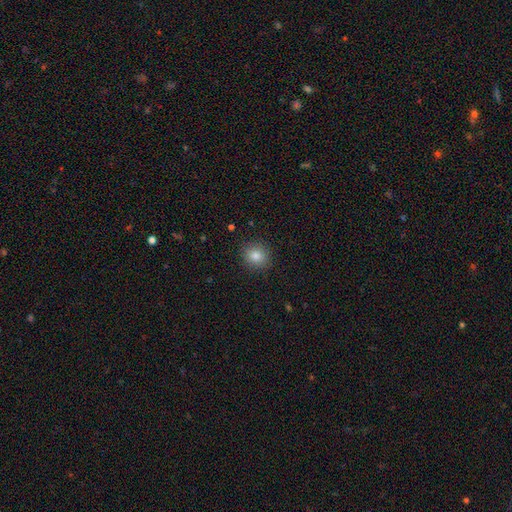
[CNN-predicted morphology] smooth_or_featured: smooth (p=0.82) [alt: star or artifact p=0.11]
how_rounded: round (p=0.86) [alt: in between p=0.13]
merging: none (p=0.90) [alt: minor disturbance p=0.07]